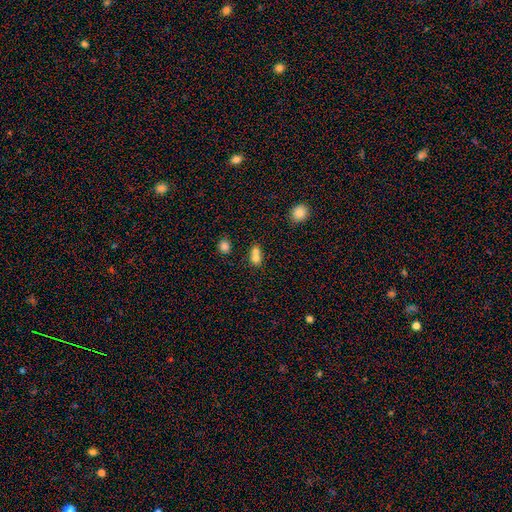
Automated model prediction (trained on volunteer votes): A smooth galaxy with no disk features (72%) that is round (64%).

Vote fractions:
- Smooth or featured? smooth: 72% / featured or disk: 15% / star or artifact: 12%
- How rounded? round: 64% / in between: 35% / cigar-shaped: 2%
- Merging? merger: 62% / none: 28% / minor disturbance: 6% / major disturbance: 3%